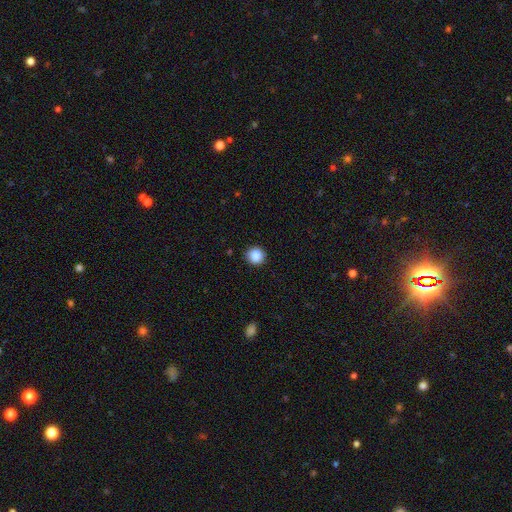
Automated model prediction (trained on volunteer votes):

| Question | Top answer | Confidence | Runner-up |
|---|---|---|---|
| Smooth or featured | smooth | 87% | star or artifact (9%) |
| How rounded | round | 92% | in between (7%) |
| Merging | none | 88% | minor disturbance (9%) |